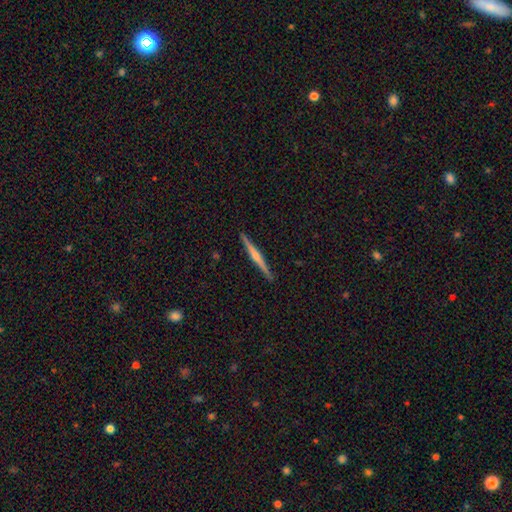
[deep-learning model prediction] Smooth or featured? featured or disk (65%)
Edge-on disk? yes (98%)
Edge-on bulge? rounded (62%)
Merging? none (92%)